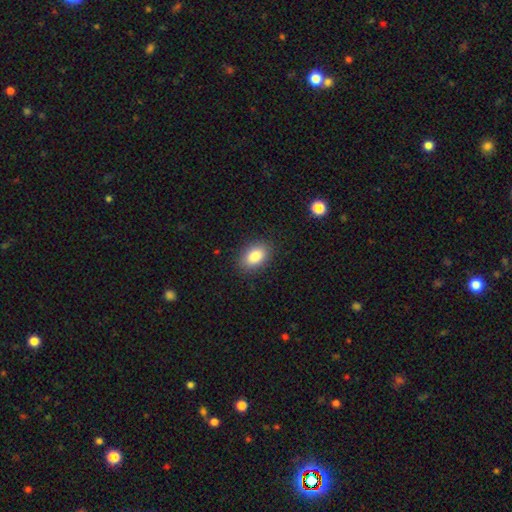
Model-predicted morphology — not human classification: Smooth or featured: smooth — 88% (star or artifact — 7%)
How rounded: in between — 89% (round — 9%)
Merging: none — 87% (minor disturbance — 10%)